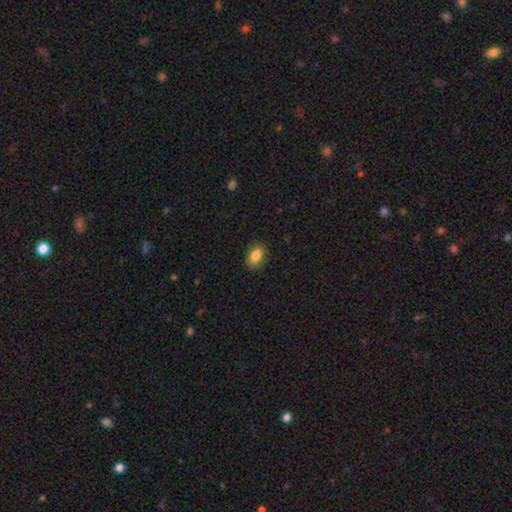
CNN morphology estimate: Q: Smooth or featured?
A: smooth (86%); runner-up: star or artifact (9%)
Q: How rounded?
A: in between (77%); runner-up: round (21%)
Q: Merging?
A: none (88%); runner-up: minor disturbance (9%)